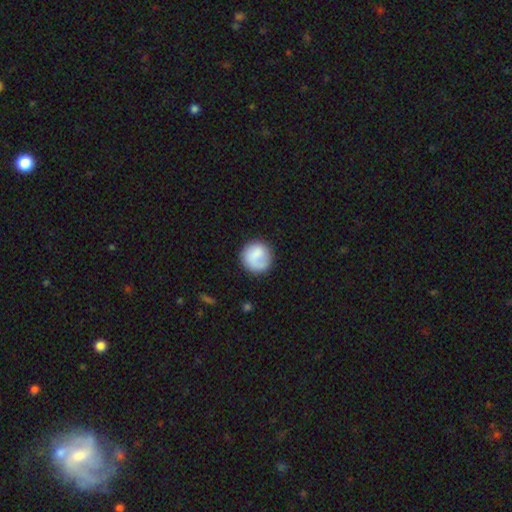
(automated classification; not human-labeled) A smooth galaxy with no disk features (77%) that is round (90%). Merging: none (72%).